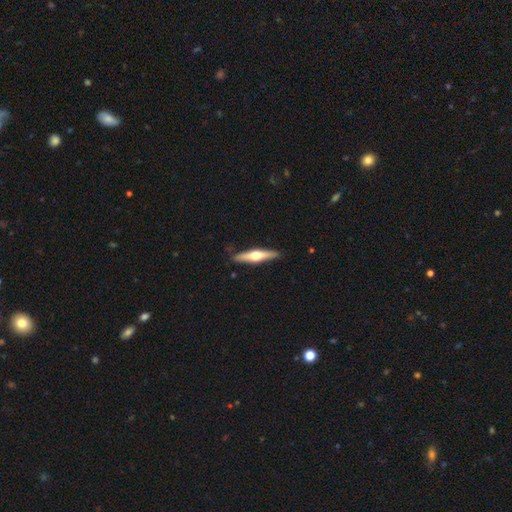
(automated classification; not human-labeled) This appears to be a featured or disk galaxy (63%) viewed edge-on (97%) with a rounded central bulge (93%). Merging: none (90%).